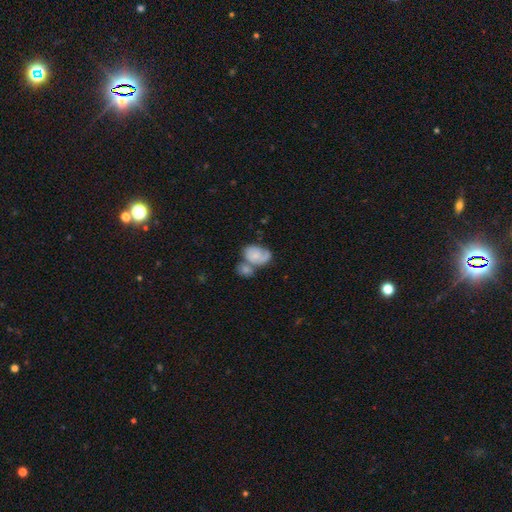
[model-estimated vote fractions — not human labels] Smooth or featured?
  - smooth: 49% *
  - featured or disk: 44%
  - star or artifact: 7%
Merging?
  - merger: 49% *
  - none: 25%
  - minor disturbance: 16%
  - major disturbance: 11%